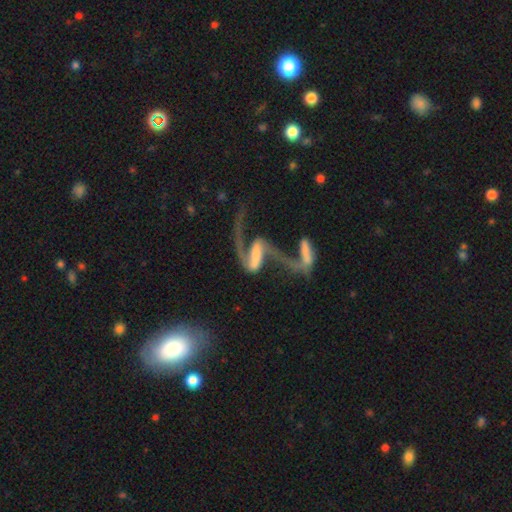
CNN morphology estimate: The model was most divided on "bulge size": none: 35%, moderate: 24%, small: 20%, large: 17%, dominant: 4%. Remaining: edge-on disk — no (94%); spiral arms — yes (90%); smooth or featured — featured or disk (83%); spiral winding — loose (82%); spiral arm count — 2 (77%); merging — merger (48%); bar — strong (47%).